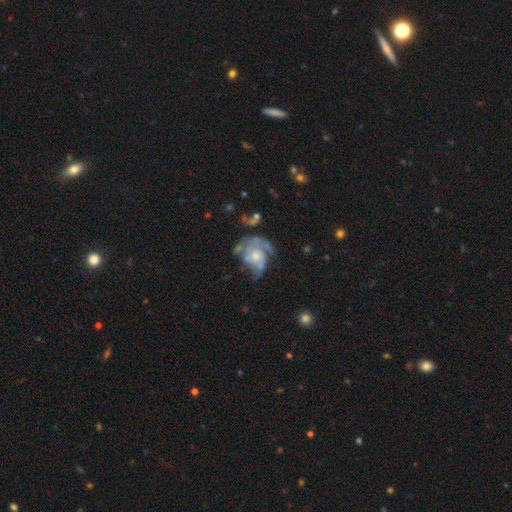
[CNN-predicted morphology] Smooth or featured?
  - featured or disk: 75% *
  - smooth: 18%
  - star or artifact: 7%
Edge-on disk?
  - no: 98% *
  - yes: 2%
Bar?
  - no: 80% *
  - weak: 17%
  - strong: 3%
Spiral arms?
  - yes: 79% *
  - no: 21%
Spiral winding?
  - medium: 40% *
  - tight: 36%
  - loose: 24%
Spiral arm count?
  - 2: 37% *
  - can't tell: 26%
  - 3: 15%
  - 1: 14%
  - 4: 4%
  - more than 4: 3%
Bulge size?
  - moderate: 44% *
  - small: 42%
  - none: 7%
  - large: 6%
  - dominant: 2%
Merging?
  - none: 37% *
  - major disturbance: 32%
  - minor disturbance: 23%
  - merger: 8%